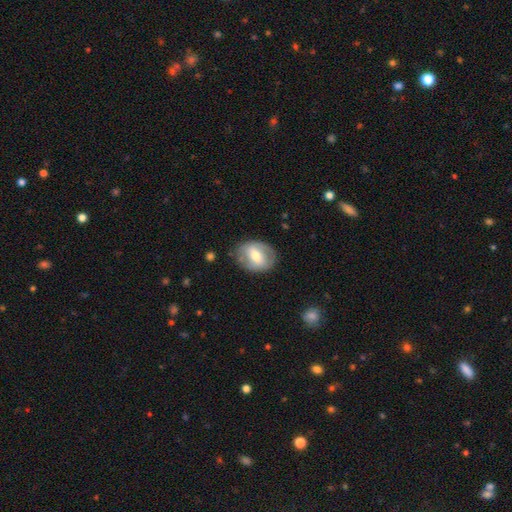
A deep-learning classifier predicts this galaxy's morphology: Q: Smooth or featured?
A: featured or disk (50%); runner-up: smooth (43%)
Q: Edge-on disk?
A: no (93%); runner-up: yes (7%)
Q: Merging?
A: none (78%); runner-up: minor disturbance (15%)